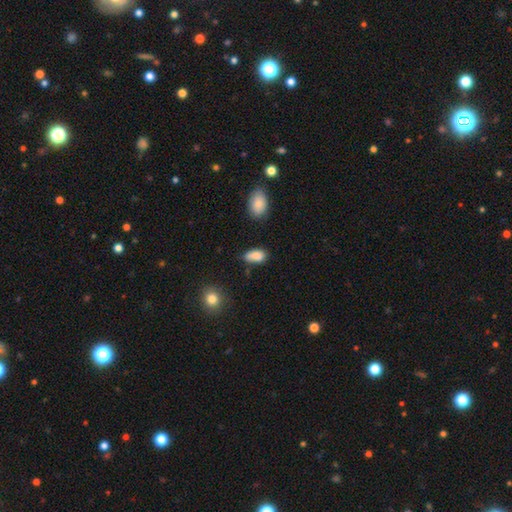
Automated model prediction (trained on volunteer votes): Q: Smooth or featured?
A: smooth (84%); runner-up: star or artifact (9%)
Q: How rounded?
A: in between (91%); runner-up: round (5%)
Q: Merging?
A: none (54%); runner-up: minor disturbance (31%)